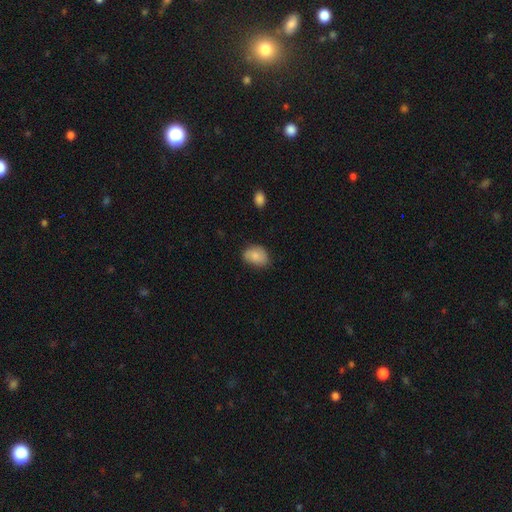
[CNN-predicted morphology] type=smooth (83%); roundness=in between (77%); merging=none (73%).